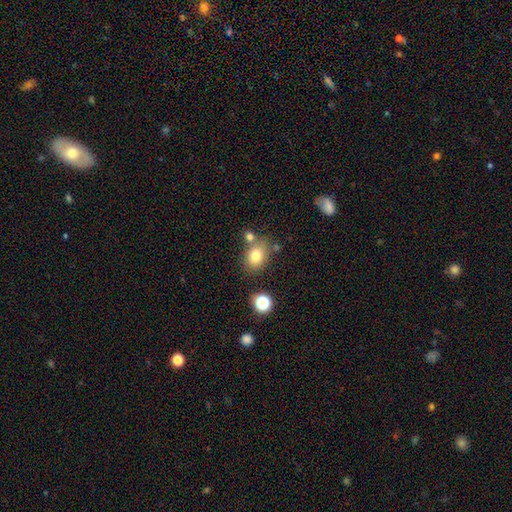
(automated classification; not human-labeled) The model was most divided on "how rounded": in between: 61%, round: 38%, cigar-shaped: 1%. More confident: smooth or featured — smooth (77%); merging — none (67%).